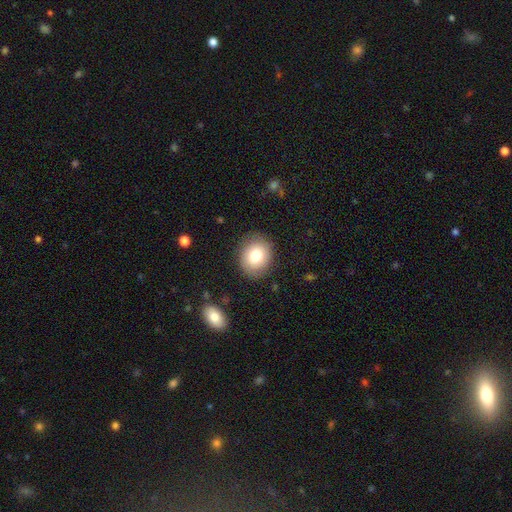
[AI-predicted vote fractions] Smooth or featured? smooth (79%)
How rounded? round (63%)
Merging? none (85%)